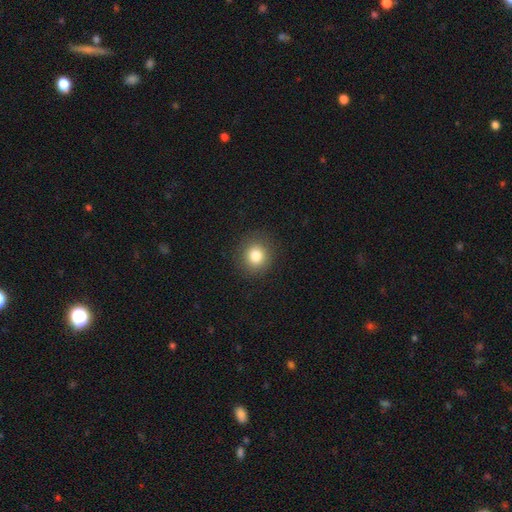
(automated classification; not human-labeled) Smooth or featured: smooth — 81% (star or artifact — 11%)
How rounded: round — 87% (in between — 12%)
Merging: none — 89% (minor disturbance — 7%)